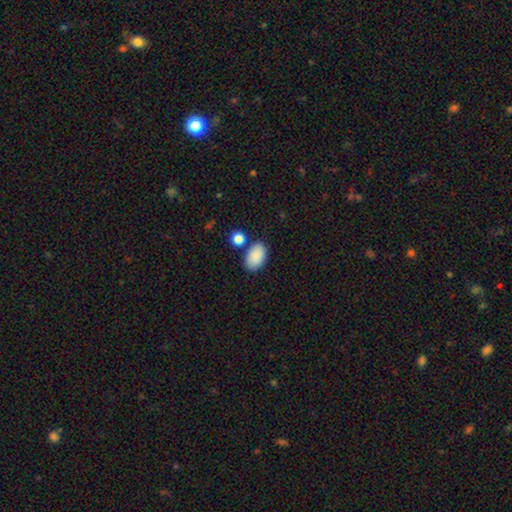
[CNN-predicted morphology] Overall: smooth (89%). How rounded: in between (92%). Merging: none (78%).